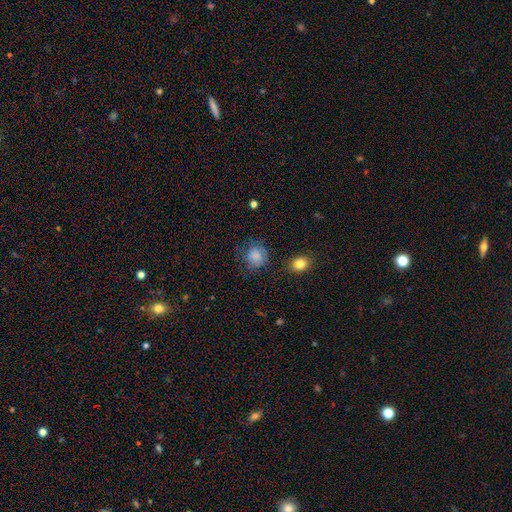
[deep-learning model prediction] Smooth or featured?
  - smooth: 81% *
  - star or artifact: 10%
  - featured or disk: 9%
How rounded?
  - round: 81% *
  - in between: 18%
  - cigar-shaped: 1%
Merging?
  - none: 68% *
  - minor disturbance: 21%
  - major disturbance: 9%
  - merger: 2%